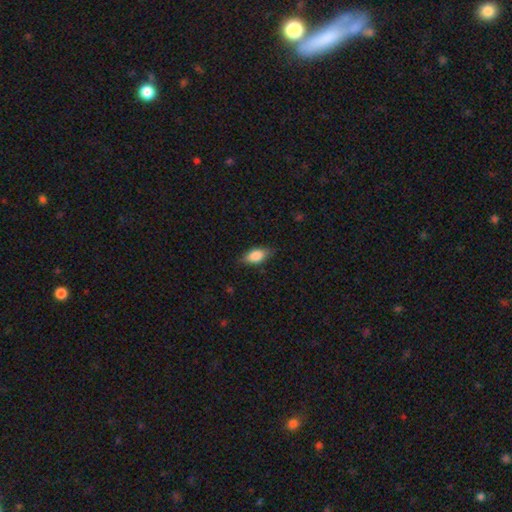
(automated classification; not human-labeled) A smooth galaxy with no disk features (83%) that is in between round and cigar-shaped (87%). Merging: none (80%).